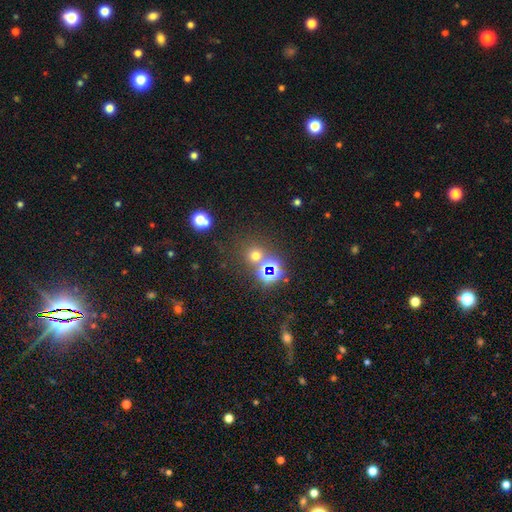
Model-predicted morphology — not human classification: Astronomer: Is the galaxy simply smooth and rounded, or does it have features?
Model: smooth — 56% (runner-up: star or artifact, 37%).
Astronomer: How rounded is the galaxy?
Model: round — 89%.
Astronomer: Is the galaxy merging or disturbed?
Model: none — 72%.